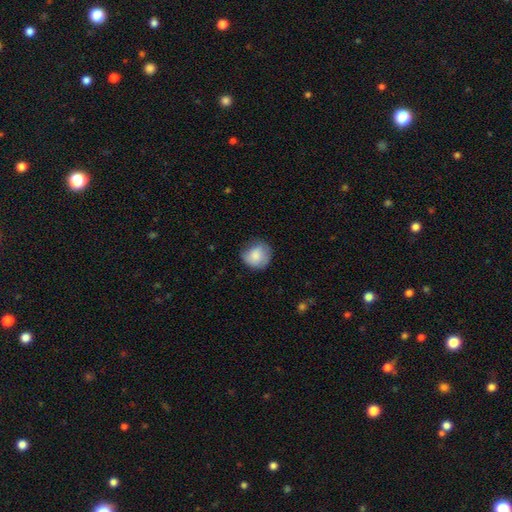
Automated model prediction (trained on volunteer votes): Smooth or featured: smooth — 83% (featured or disk — 10%)
How rounded: round — 84% (in between — 15%)
Merging: none — 67% (minor disturbance — 26%)